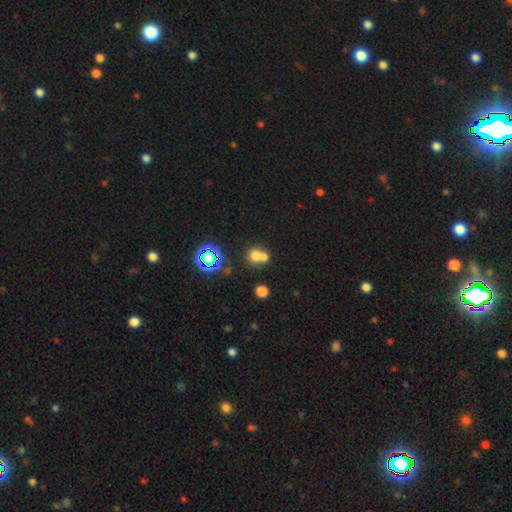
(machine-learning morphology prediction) Smooth or featured: smooth — 67% (star or artifact — 19%)
How rounded: round — 81% (in between — 18%)
Merging: merger — 55% (none — 36%)